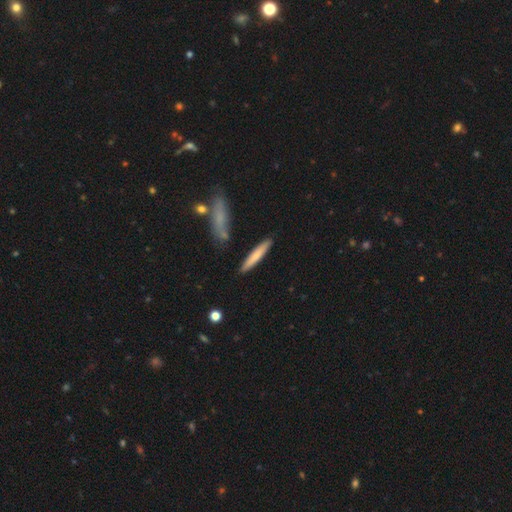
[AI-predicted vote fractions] Morphology: type=smooth (69%); roundness=cigar-shaped (91%); merging=none (86%).